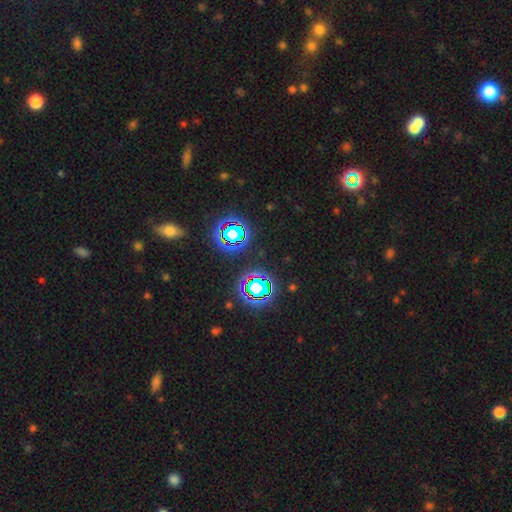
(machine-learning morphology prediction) smooth-or-featured: star or artifact: 68% | smooth: 23% | featured or disk: 9%